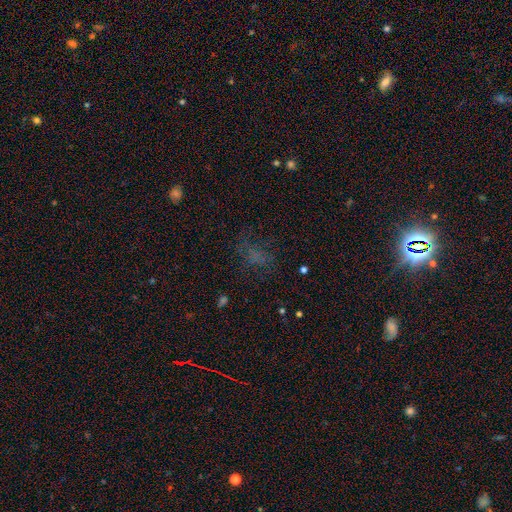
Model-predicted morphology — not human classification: type=smooth (48%); merging=none (52%).